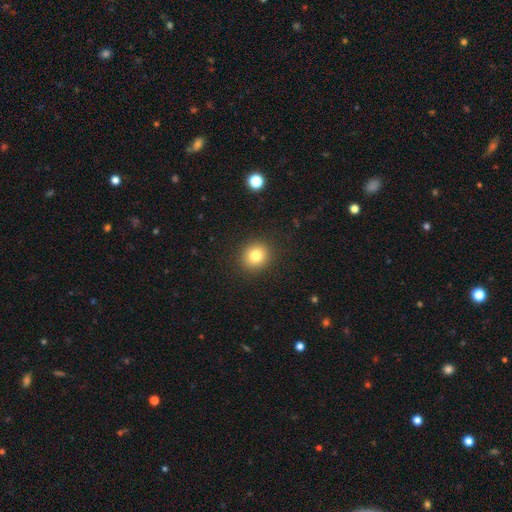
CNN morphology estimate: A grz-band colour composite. It shows a smooth galaxy with no disk features (80%) that is round (84%). Merging: none (90%).